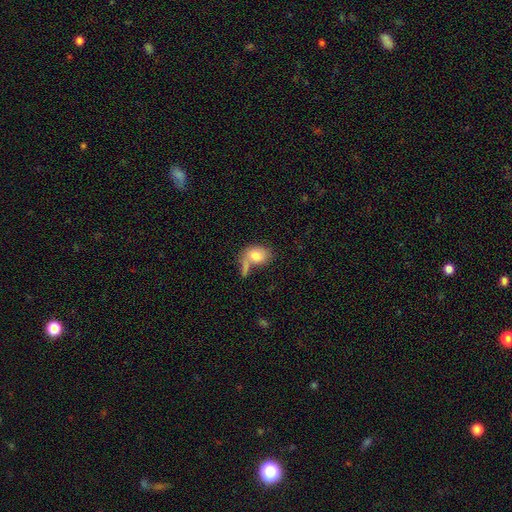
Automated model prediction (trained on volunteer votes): smooth_or_featured: smooth (p=0.78) [alt: featured or disk p=0.14]
how_rounded: in between (p=0.72) [alt: round p=0.26]
merging: none (p=0.39) [alt: merger p=0.31]